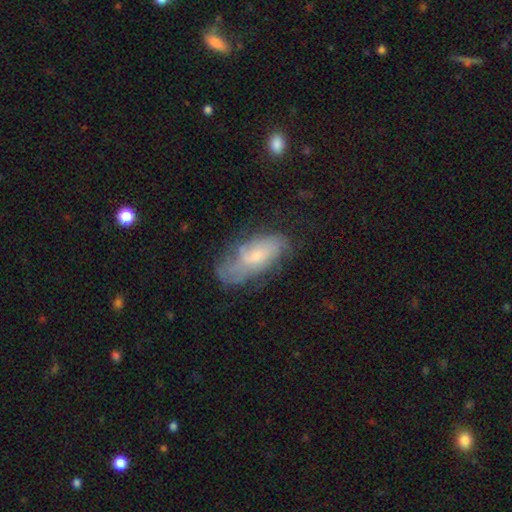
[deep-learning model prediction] Smooth or featured: featured or disk — 54% (smooth — 38%)
Edge-on disk: no — 89% (yes — 11%)
Merging: none — 51% (minor disturbance — 28%)